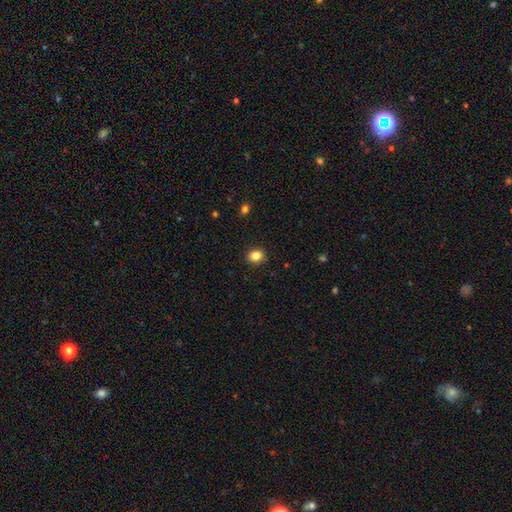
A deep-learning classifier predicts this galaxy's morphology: This is clearly a smooth galaxy (85%). How rounded: likely round (62%). Merging: clearly none (90%).